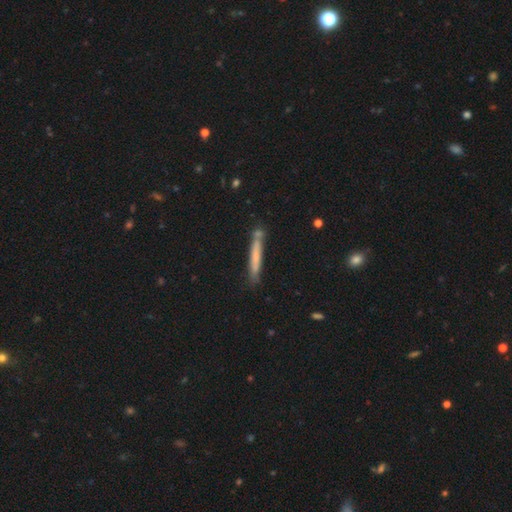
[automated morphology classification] smooth 66%, featured or disk 27%, star or artifact 7%. Down the decision tree: how rounded — cigar-shaped (96%); merging — none (77%).